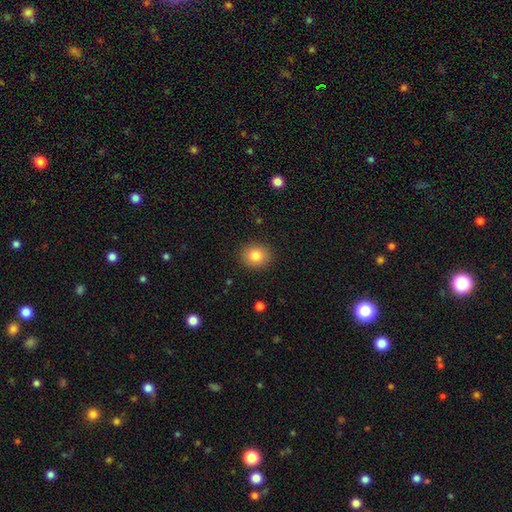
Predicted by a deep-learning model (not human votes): Smooth or featured?
  - smooth: 83% *
  - star or artifact: 10%
  - featured or disk: 8%
How rounded?
  - round: 77% *
  - in between: 22%
  - cigar-shaped: 1%
Merging?
  - none: 90% *
  - minor disturbance: 7%
  - major disturbance: 2%
  - merger: 1%